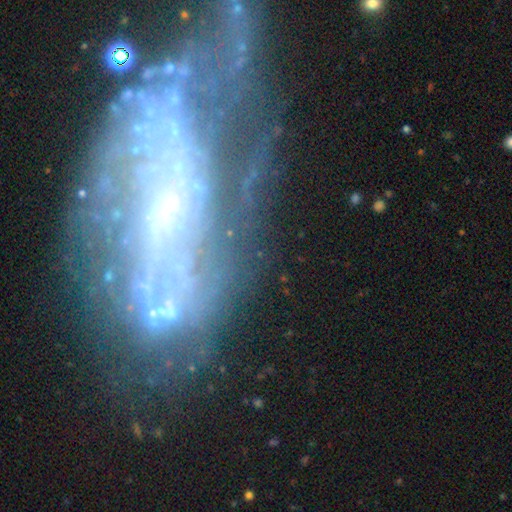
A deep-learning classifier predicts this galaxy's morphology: Smooth or featured?
  - featured or disk: 74% *
  - star or artifact: 15%
  - smooth: 11%
Edge-on disk?
  - no: 93% *
  - yes: 7%
Bar?
  - no: 64% *
  - weak: 23%
  - strong: 12%
Spiral arms?
  - yes: 67% *
  - no: 33%
Bulge size?
  - small: 75% *
  - moderate: 11%
  - none: 10%
  - large: 2%
  - dominant: 1%
Merging?
  - none: 49% *
  - major disturbance: 25%
  - minor disturbance: 20%
  - merger: 5%